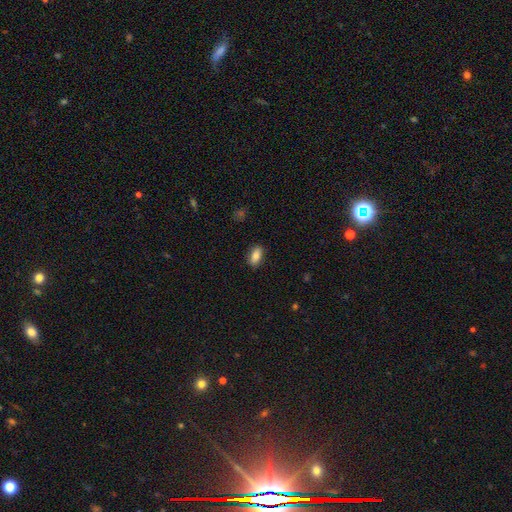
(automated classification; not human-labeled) Smooth or featured? smooth (84%)
How rounded? in between (89%)
Merging? none (88%)